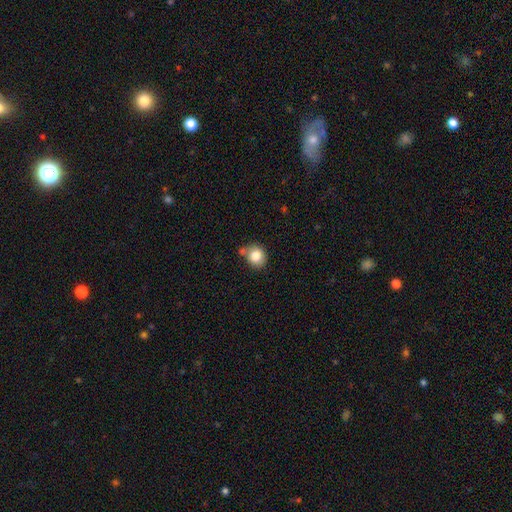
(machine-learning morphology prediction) Smooth or featured? smooth (82%)
How rounded? round (73%)
Merging? none (62%)